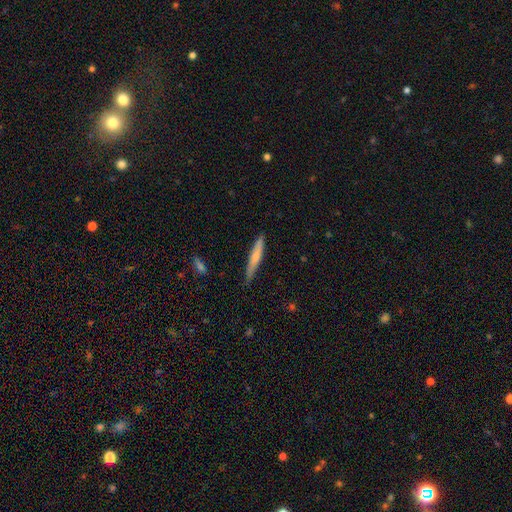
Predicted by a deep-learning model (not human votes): Overall: smooth (64%; featured or disk 30%). How rounded: cigar-shaped (93%). Merging: none (75%).